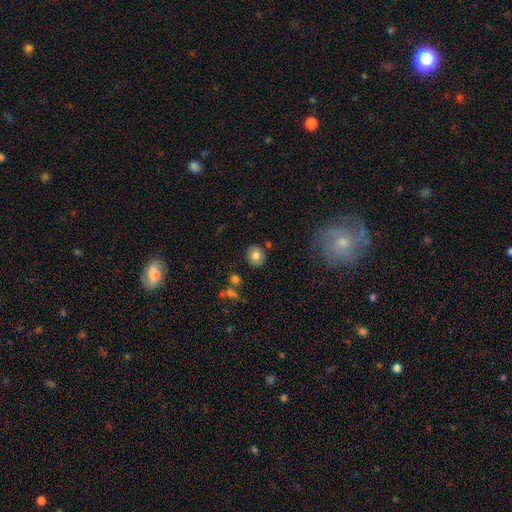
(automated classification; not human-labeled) Overall: smooth (79%). How rounded: round (75%). Merging: none (85%).